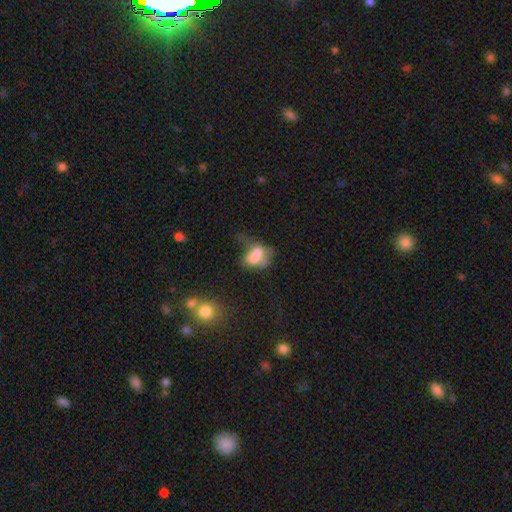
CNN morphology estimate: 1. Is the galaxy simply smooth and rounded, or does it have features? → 59% smooth, 28% featured or disk, 13% star or artifact.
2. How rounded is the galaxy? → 78% in between, 20% round, 2% cigar-shaped.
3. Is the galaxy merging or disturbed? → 33% merger, 31% major disturbance, 19% minor disturbance, 18% none.